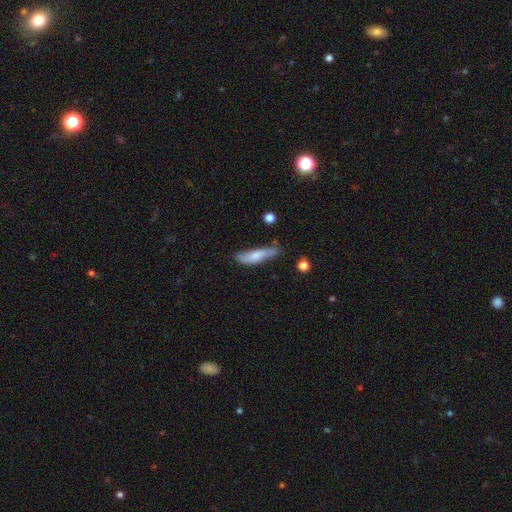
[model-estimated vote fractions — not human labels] A smooth galaxy with no disk features (64%) that is cigar-shaped (69%).

Vote fractions:
- Smooth or featured? smooth: 64% / featured or disk: 29% / star or artifact: 6%
- How rounded? cigar-shaped: 69% / in between: 29% / round: 2%
- Merging? none: 52% / minor disturbance: 33% / major disturbance: 9% / merger: 6%